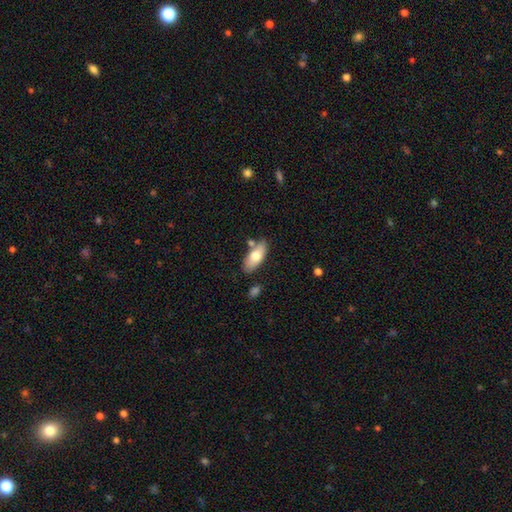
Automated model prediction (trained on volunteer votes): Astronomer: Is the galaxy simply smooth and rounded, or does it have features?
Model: smooth — 72%.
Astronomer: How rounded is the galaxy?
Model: in between — 85%.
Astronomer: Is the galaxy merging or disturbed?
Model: none — 73%.